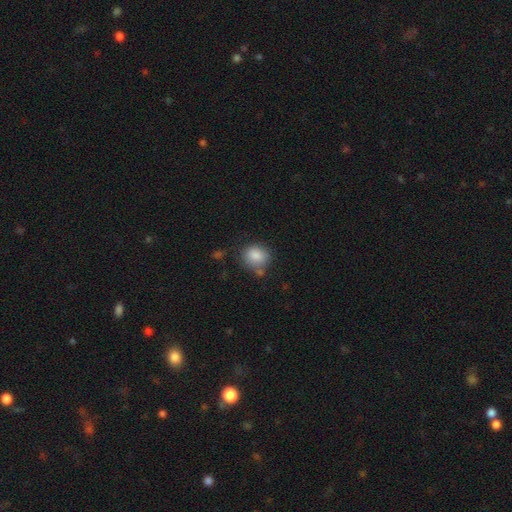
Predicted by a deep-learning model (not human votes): Smooth or featured? smooth (85%)
How rounded? round (67%)
Merging? none (67%)